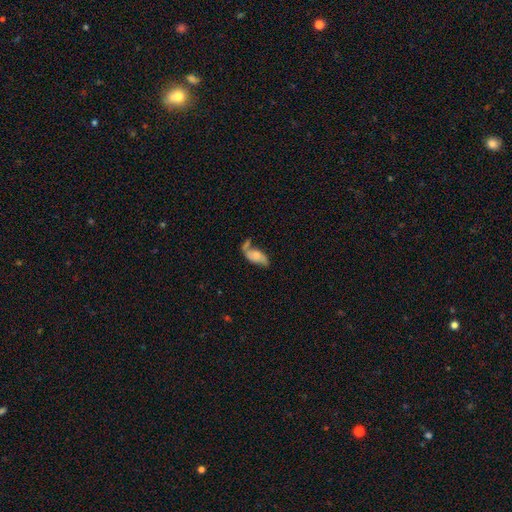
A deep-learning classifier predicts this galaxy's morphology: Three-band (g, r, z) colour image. It shows a featured or disk galaxy (51%). Merging: none (37%).